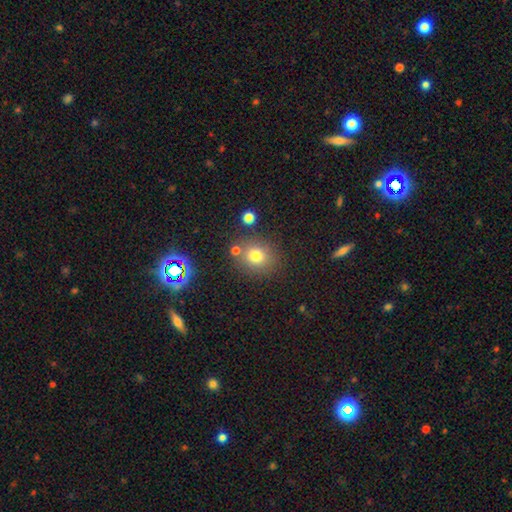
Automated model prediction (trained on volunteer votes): Smooth or featured: smooth — 76% (star or artifact — 15%)
How rounded: round — 78% (in between — 21%)
Merging: none — 76% (minor disturbance — 11%)